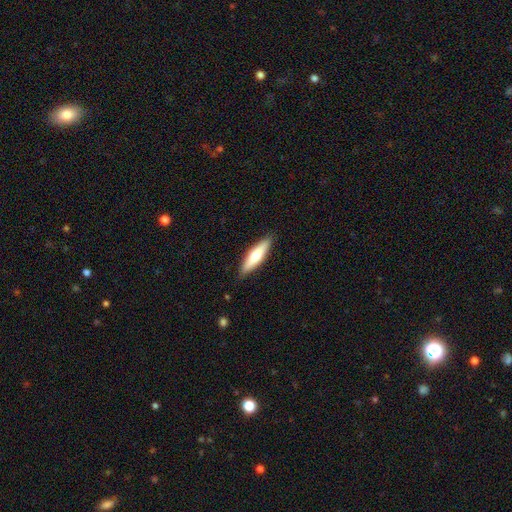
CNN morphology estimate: This is likely a smooth galaxy (66%). How rounded: likely cigar-shaped (71%). Merging: clearly none (88%).